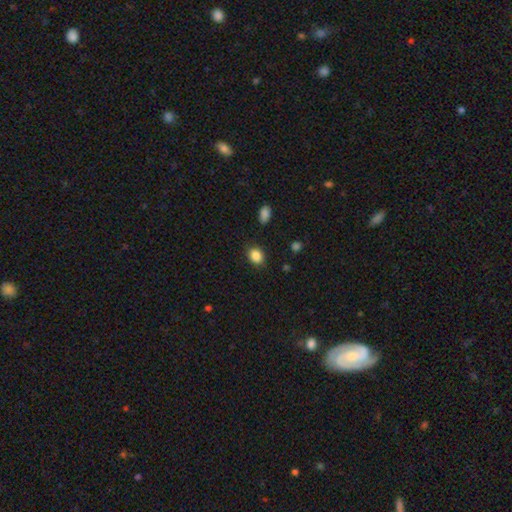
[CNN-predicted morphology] This appears to be a smooth galaxy with no disk features (86%) that is round (52%). Merging: none (85%).